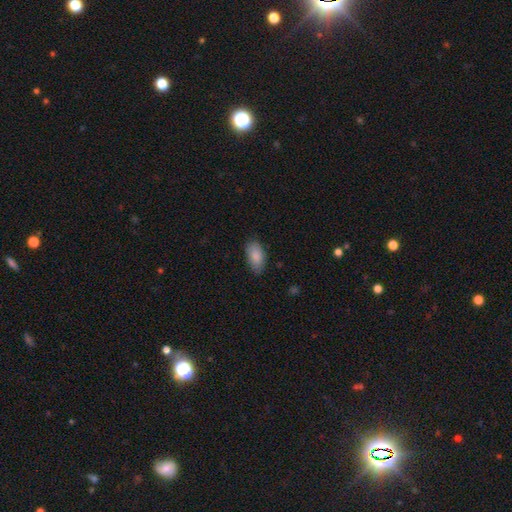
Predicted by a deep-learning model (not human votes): A smooth galaxy with no disk features (87%) that is in between round and cigar-shaped (94%).

Vote fractions:
- Smooth or featured? smooth: 87% / featured or disk: 7% / star or artifact: 6%
- How rounded? in between: 94% / round: 3% / cigar-shaped: 3%
- Merging? none: 81% / minor disturbance: 15% / major disturbance: 3% / merger: 1%